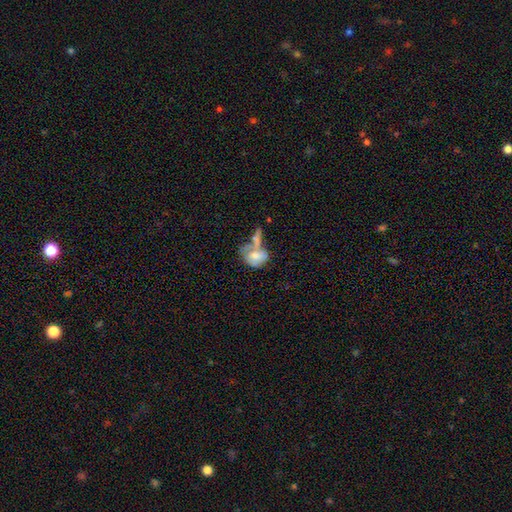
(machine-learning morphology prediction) type=smooth (57%); roundness=in between (69%); merging=merger (48%).